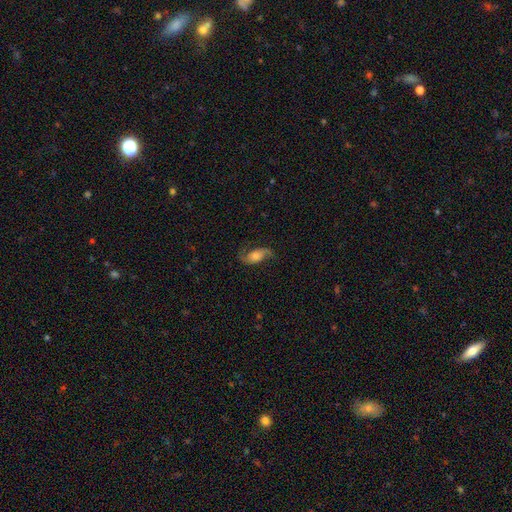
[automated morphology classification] Overall: featured or disk (71%). Edge-on disk: no (94%). Bar: no (63%; weak 28%). Spiral arms: yes (93%). Spiral arm count: 2 (90%). Spiral winding: loose (60%; medium 31%). Bulge size: moderate (45%; small 25%). Merging: none (72%).